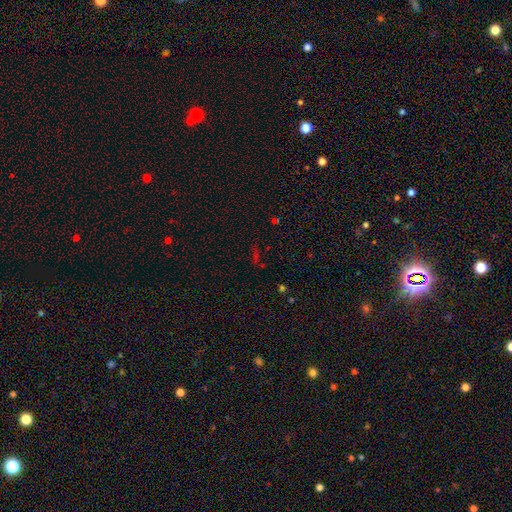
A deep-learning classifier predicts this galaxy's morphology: The model was most divided on "smooth or featured": star or artifact: 59%, smooth: 29%, featured or disk: 12%.